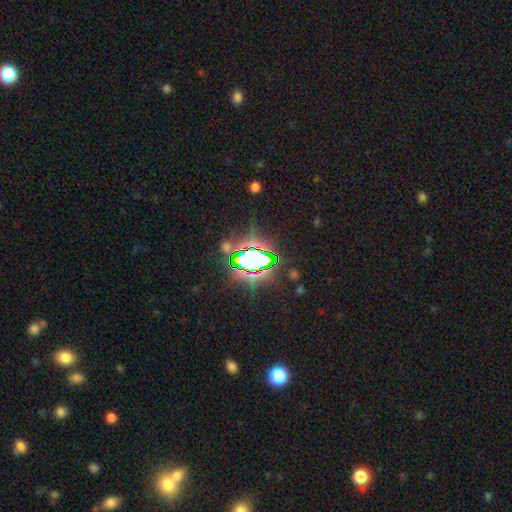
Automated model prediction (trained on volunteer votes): smooth-or-featured: star or artifact: 81% | smooth: 12% | featured or disk: 8%